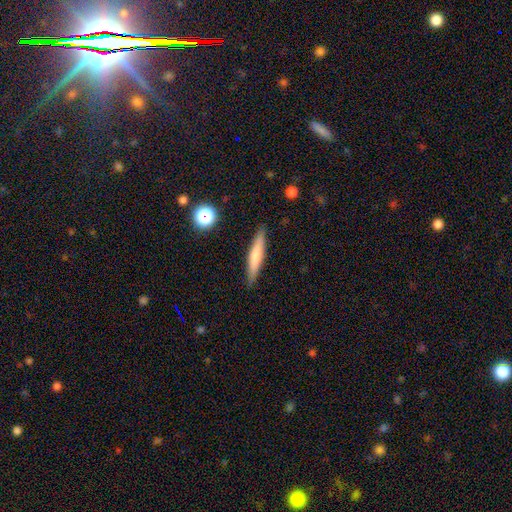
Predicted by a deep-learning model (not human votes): Overall: smooth (65%; featured or disk 28%). How rounded: cigar-shaped (90%). Merging: none (88%).